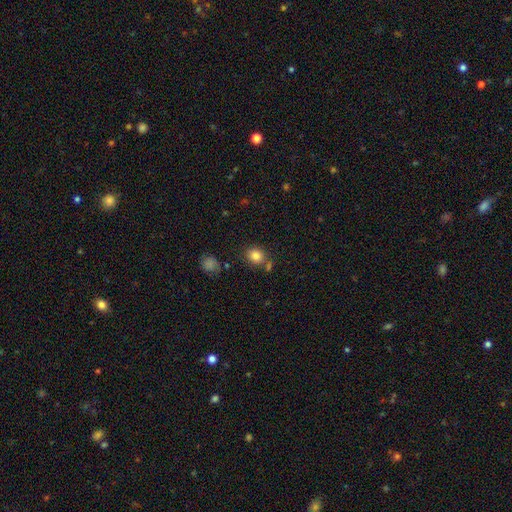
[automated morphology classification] Smooth or featured? Predicted: smooth (p=0.84). How rounded? Predicted: round (p=0.67). Merging? Predicted: none (p=0.73).